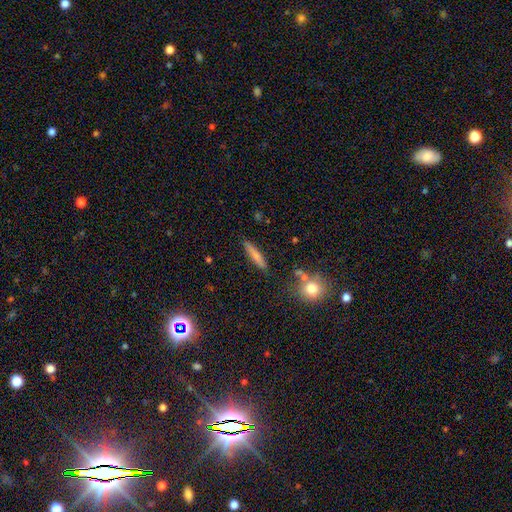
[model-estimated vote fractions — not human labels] Overall: smooth (72%). How rounded: cigar-shaped (90%). Merging: none (87%).